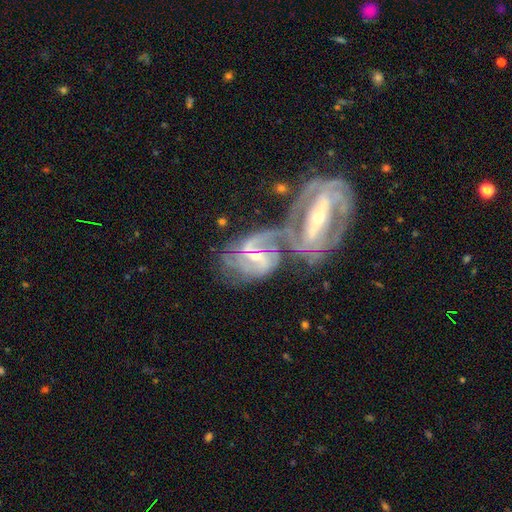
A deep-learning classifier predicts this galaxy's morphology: This is clearly a featured or disk galaxy (85%). It is clearly not viewed edge-on (95%). Bar: marginally weak (39%). Spiral arm pattern: clearly yes (91%). Spiral arm count: marginally 2 (44%). Spiral winding: marginally tight (44%). Central bulge: possibly small (54%). Merging: likely merger (67%).